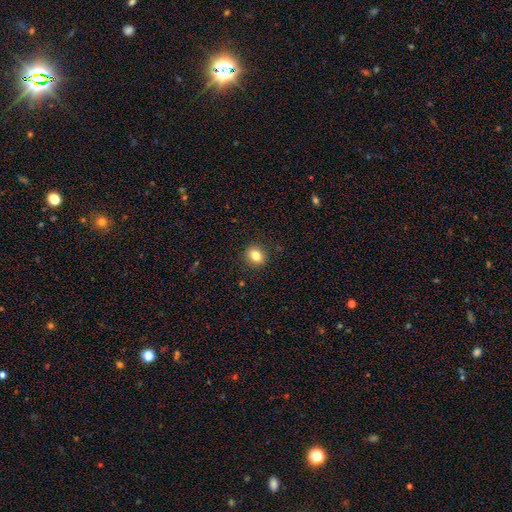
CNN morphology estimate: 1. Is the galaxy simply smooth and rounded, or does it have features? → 81% smooth, 11% star or artifact, 8% featured or disk.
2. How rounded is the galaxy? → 57% round, 42% in between, 1% cigar-shaped.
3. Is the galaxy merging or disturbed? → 89% none, 7% minor disturbance, 2% major disturbance, 1% merger.